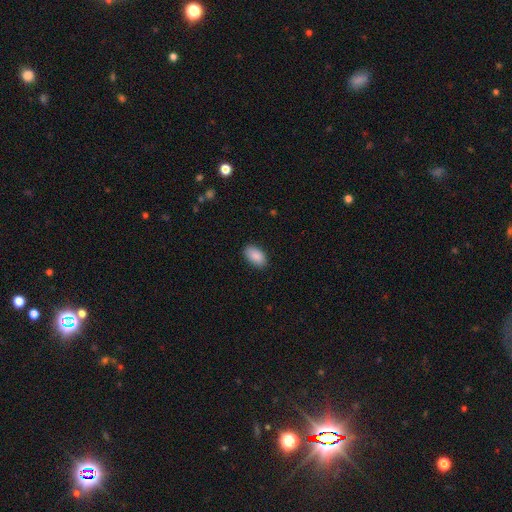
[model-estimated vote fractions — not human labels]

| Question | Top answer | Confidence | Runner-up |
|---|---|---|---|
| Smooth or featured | smooth | 90% | star or artifact (7%) |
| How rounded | in between | 94% | round (4%) |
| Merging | none | 89% | minor disturbance (8%) |